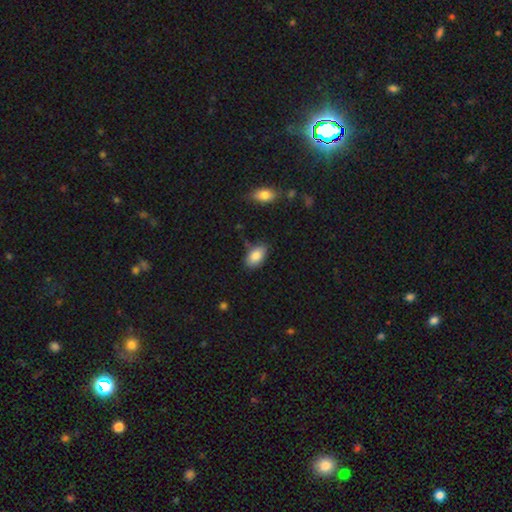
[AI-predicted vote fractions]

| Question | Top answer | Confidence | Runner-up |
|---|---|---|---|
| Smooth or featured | smooth | 85% | featured or disk (7%) |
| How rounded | in between | 93% | round (5%) |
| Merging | none | 75% | minor disturbance (18%) |